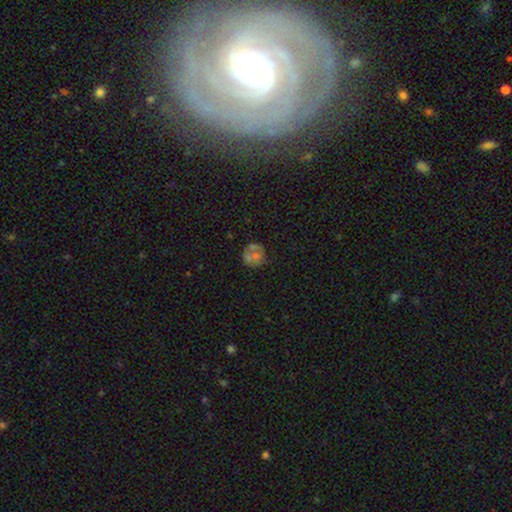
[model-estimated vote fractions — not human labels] This is marginally a smooth galaxy (43%). Merging: possibly none (52%).